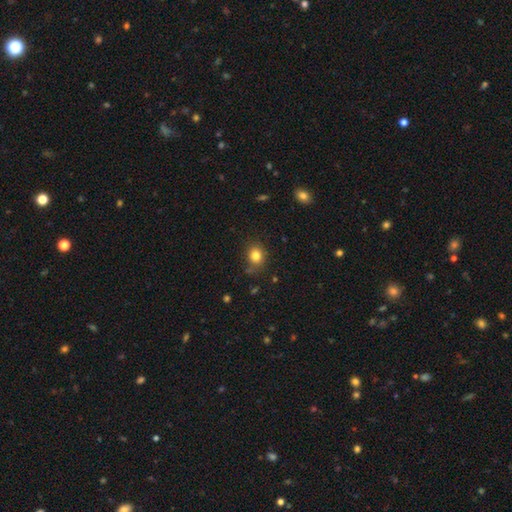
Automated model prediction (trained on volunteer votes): smooth_or_featured: smooth (p=0.82) [alt: star or artifact p=0.12]
how_rounded: round (p=0.71) [alt: in between p=0.28]
merging: none (p=0.80) [alt: minor disturbance p=0.14]